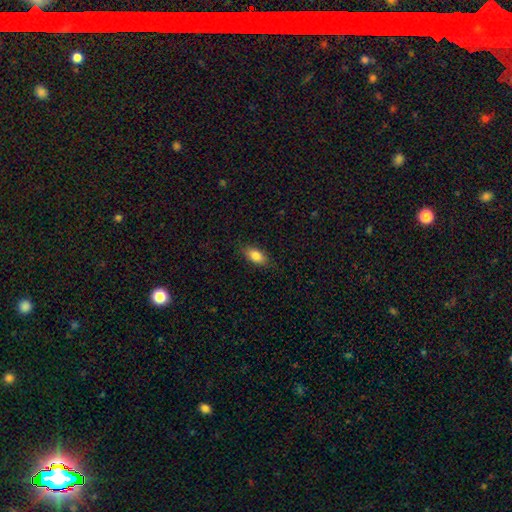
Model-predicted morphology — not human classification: Overall: smooth (84%). How rounded: in between (88%). Merging: none (84%).